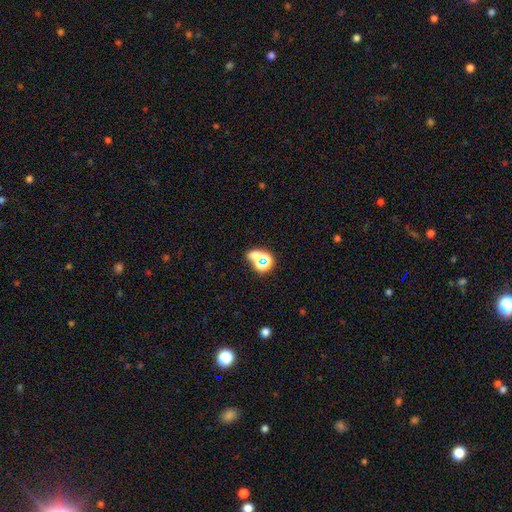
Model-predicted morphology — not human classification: Smooth or featured?
  - star or artifact: 47% *
  - smooth: 41%
  - featured or disk: 12%